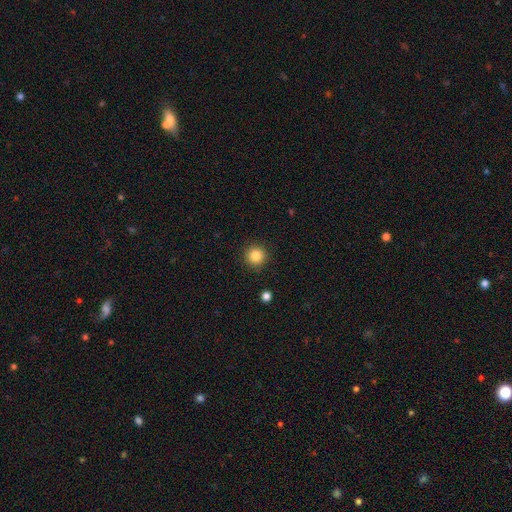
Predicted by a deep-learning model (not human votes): smooth 85%, star or artifact 11%, featured or disk 4%. Down the decision tree: how rounded — round (95%); merging — none (90%).